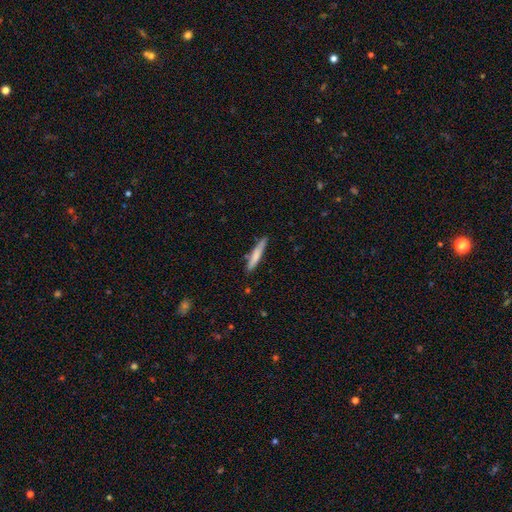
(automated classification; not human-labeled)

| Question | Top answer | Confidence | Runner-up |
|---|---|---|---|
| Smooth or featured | smooth | 73% | featured or disk (21%) |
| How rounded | cigar-shaped | 92% | in between (7%) |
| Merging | none | 83% | minor disturbance (13%) |